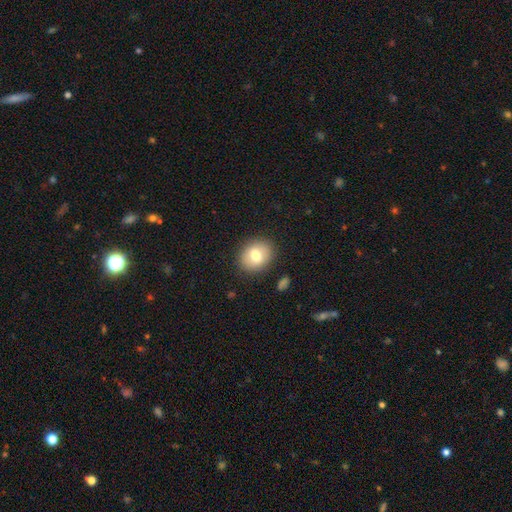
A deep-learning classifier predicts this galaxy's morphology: type=smooth (75%); roundness=round (54%); merging=none (86%).